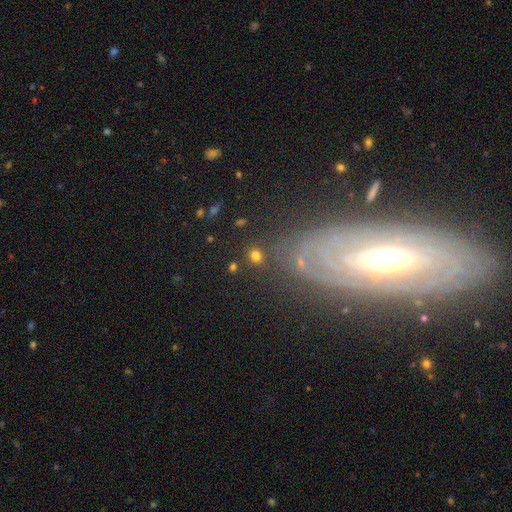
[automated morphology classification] This is likely a smooth galaxy (77%). How rounded: likely round (76%). Merging: clearly none (83%).